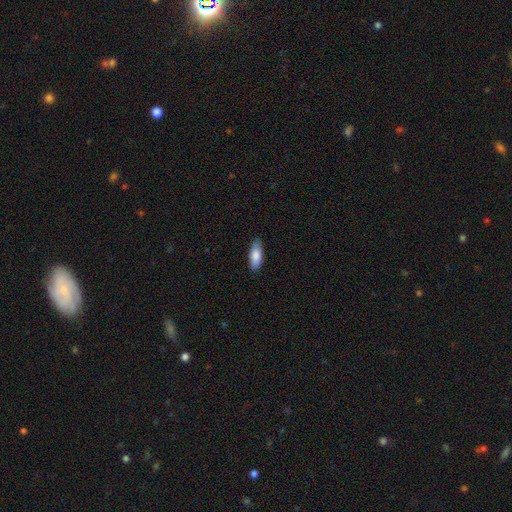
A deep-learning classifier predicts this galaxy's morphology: Smooth or featured? Predicted: smooth (p=0.84). How rounded? Predicted: in between (p=0.76). Merging? Predicted: none (p=0.85).